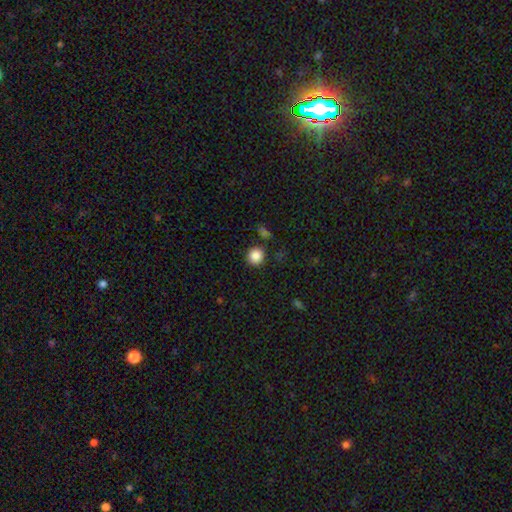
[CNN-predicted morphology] A smooth galaxy with no disk features (86%) that is round (91%).

Vote fractions:
- Smooth or featured? smooth: 86% / star or artifact: 10% / featured or disk: 4%
- How rounded? round: 91% / in between: 8% / cigar-shaped: 1%
- Merging? none: 86% / minor disturbance: 7% / merger: 4% / major disturbance: 3%